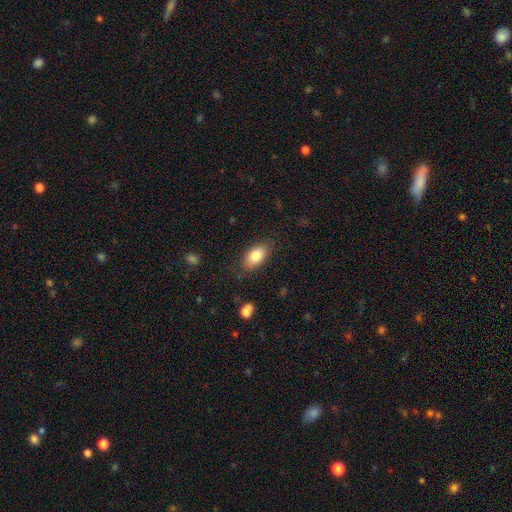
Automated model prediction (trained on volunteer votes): A smooth galaxy with no disk features (83%) that is in between round and cigar-shaped (91%).

Vote fractions:
- Smooth or featured? smooth: 83% / featured or disk: 10% / star or artifact: 7%
- How rounded? in between: 91% / round: 5% / cigar-shaped: 5%
- Merging? none: 81% / minor disturbance: 14% / major disturbance: 4% / merger: 1%